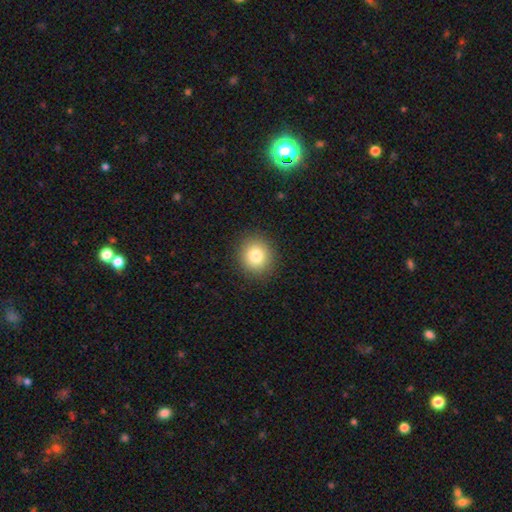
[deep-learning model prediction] This appears to be a smooth galaxy with no disk features (82%) that is round (84%). Merging: none (90%).